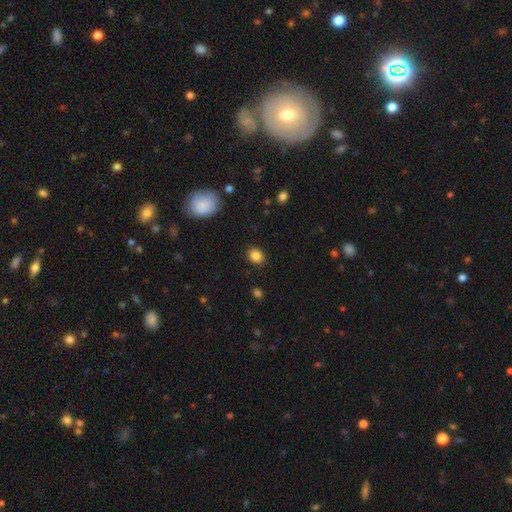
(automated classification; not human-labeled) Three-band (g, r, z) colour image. It shows a smooth galaxy with no disk features (86%) that is round (52%). Merging: none (88%).